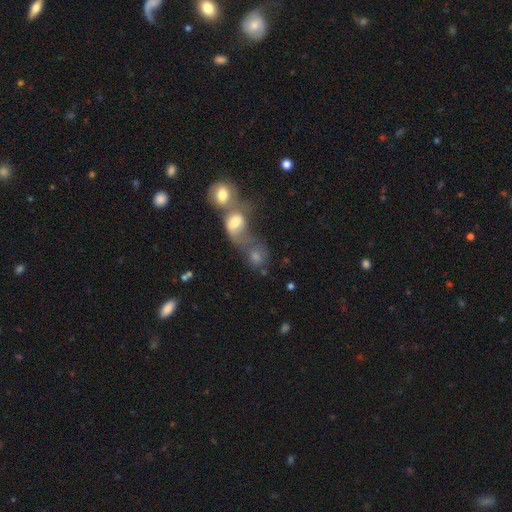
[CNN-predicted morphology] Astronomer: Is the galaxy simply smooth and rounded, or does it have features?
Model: smooth — 56%.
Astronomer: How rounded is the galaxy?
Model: round — 57% (runner-up: in between, 40%).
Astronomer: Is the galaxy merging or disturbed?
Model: merger — 69%.